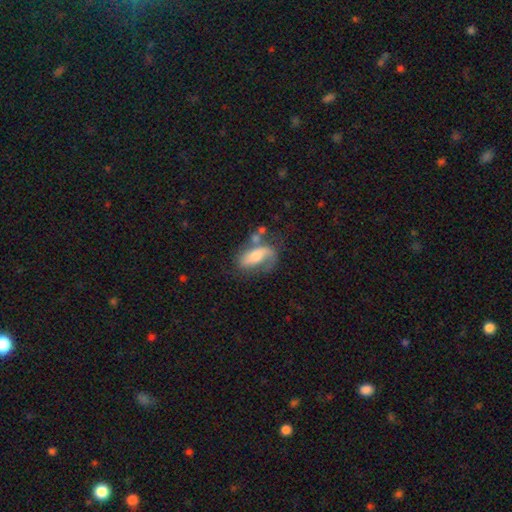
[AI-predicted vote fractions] smooth_or_featured: featured or disk (p=0.60) [alt: smooth p=0.33]
disk_edge_on: no (p=0.93) [alt: yes p=0.07]
bar: no (p=0.41) [alt: weak p=0.33]
has_spiral_arms: yes (p=0.83) [alt: no p=0.17]
bulge_size: moderate (p=0.53) [alt: small p=0.27]
merging: none (p=0.43) [alt: major disturbance p=0.23]